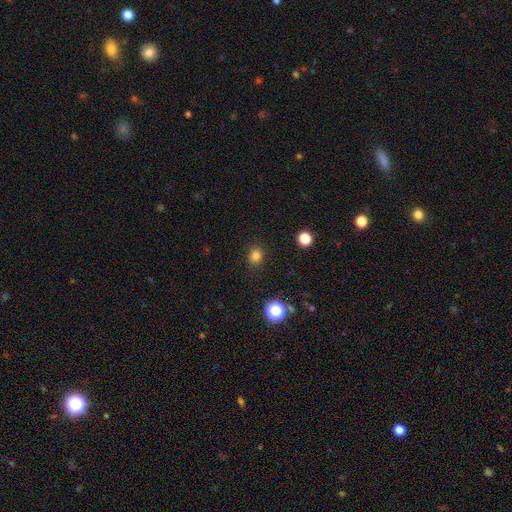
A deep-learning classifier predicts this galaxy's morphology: Smooth or featured? smooth (81%)
How rounded? round (74%)
Merging? none (88%)